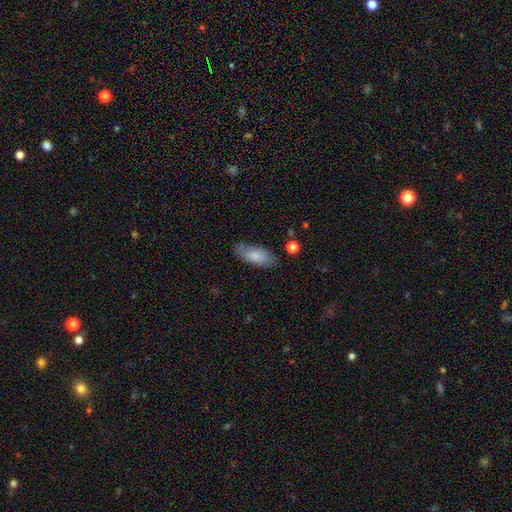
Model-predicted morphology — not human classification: A smooth galaxy with no disk features (81%) that is in between round and cigar-shaped (80%). Merging: none (75%).